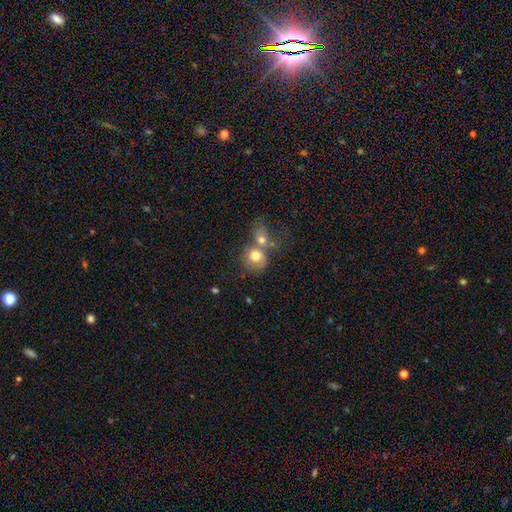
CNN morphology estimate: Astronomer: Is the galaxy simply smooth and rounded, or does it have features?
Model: smooth — 71%.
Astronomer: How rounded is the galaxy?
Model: round — 74%.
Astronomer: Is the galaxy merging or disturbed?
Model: merger — 60%.